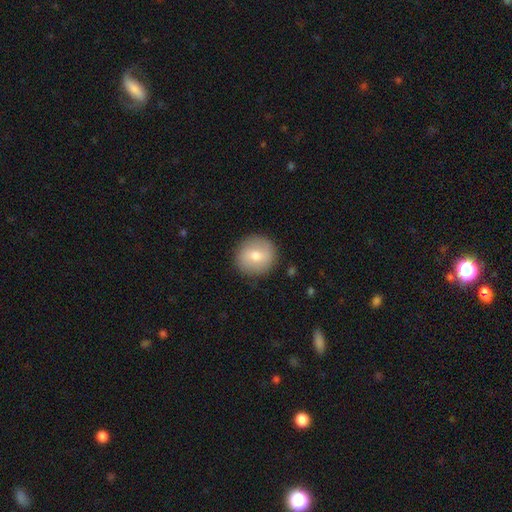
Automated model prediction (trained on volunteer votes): The model was most divided on "smooth or featured": smooth: 69%, featured or disk: 23%, star or artifact: 8%. More confident: how rounded — round (93%); merging — none (89%).